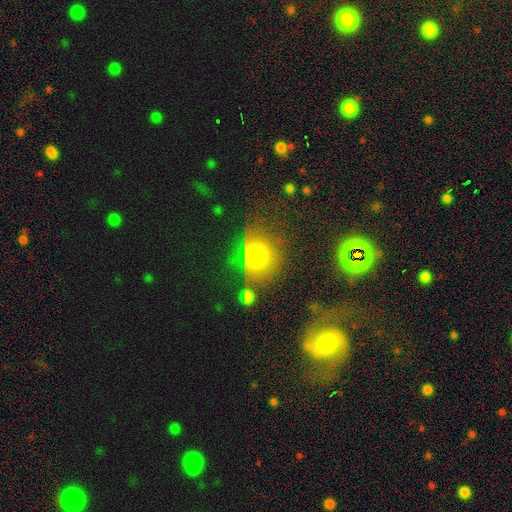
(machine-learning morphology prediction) This is likely a smooth galaxy (66%). How rounded: likely round (64%). Merging: possibly none (58%).